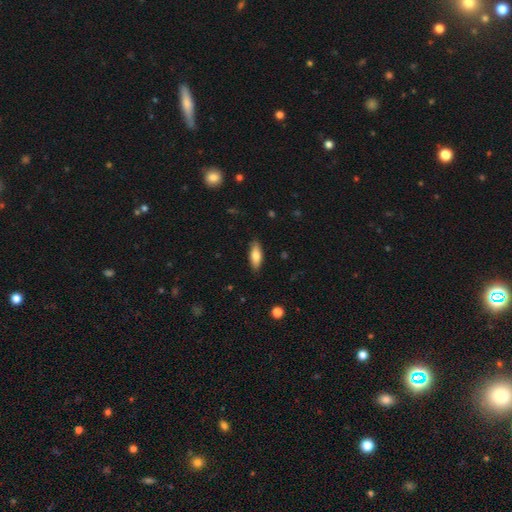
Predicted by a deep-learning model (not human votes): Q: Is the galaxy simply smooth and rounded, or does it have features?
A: smooth — 78%.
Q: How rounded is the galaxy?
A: in between — 70%.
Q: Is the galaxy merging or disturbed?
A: none — 85%.